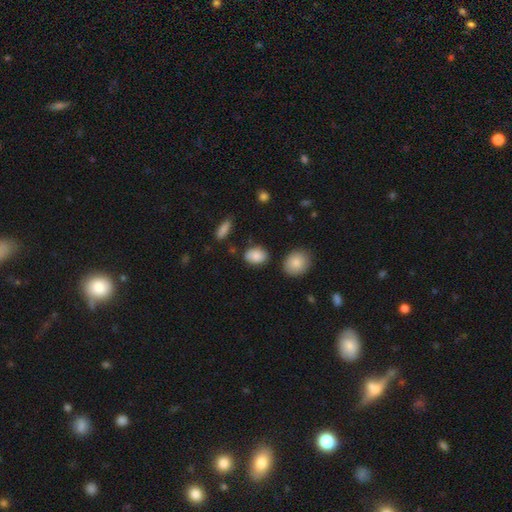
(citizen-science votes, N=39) Smooth or featured?
  - smooth: 87% *
  - star or artifact: 10%
  - featured or disk: 3%
How rounded?
  - in between: 88% *
  - round: 12%
  - cigar-shaped: 0%
Merging?
  - none: 83% *
  - minor disturbance: 11%
  - major disturbance: 6%
  - merger: 0%